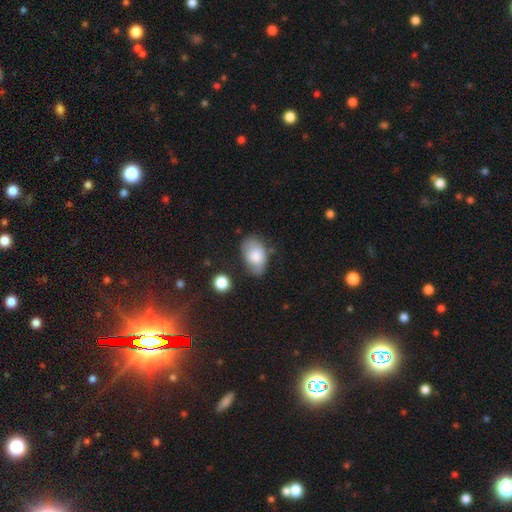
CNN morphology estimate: Smooth or featured: smooth — 75% (featured or disk — 18%)
How rounded: in between — 89% (round — 10%)
Merging: none — 56% (minor disturbance — 31%)